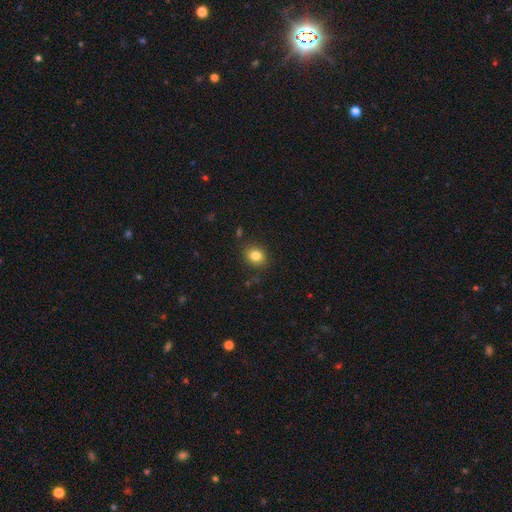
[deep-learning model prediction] Smooth or featured: smooth — 82% (star or artifact — 11%)
How rounded: round — 61% (in between — 38%)
Merging: none — 86% (minor disturbance — 10%)